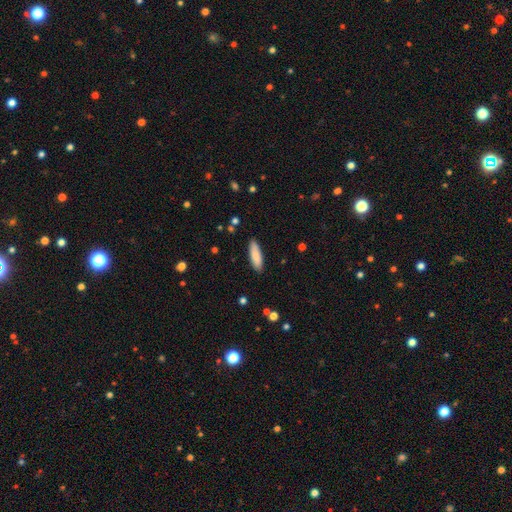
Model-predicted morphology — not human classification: A smooth galaxy with no disk features (86%) that is cigar-shaped (51%). Merging: none (88%).